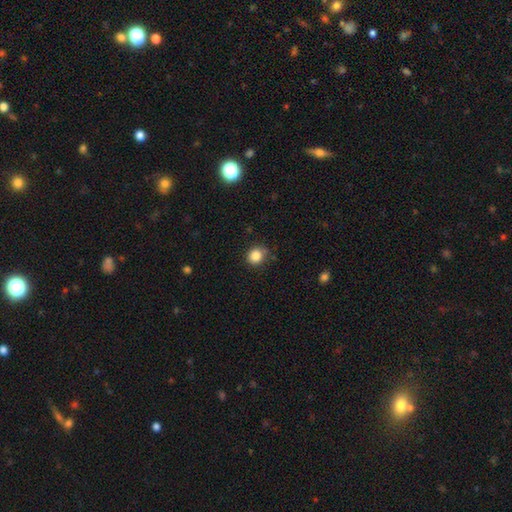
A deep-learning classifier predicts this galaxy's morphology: Smooth or featured?
  - smooth: 85% *
  - star or artifact: 11%
  - featured or disk: 4%
How rounded?
  - round: 84% *
  - in between: 15%
  - cigar-shaped: 1%
Merging?
  - none: 80% *
  - minor disturbance: 14%
  - major disturbance: 3%
  - merger: 3%